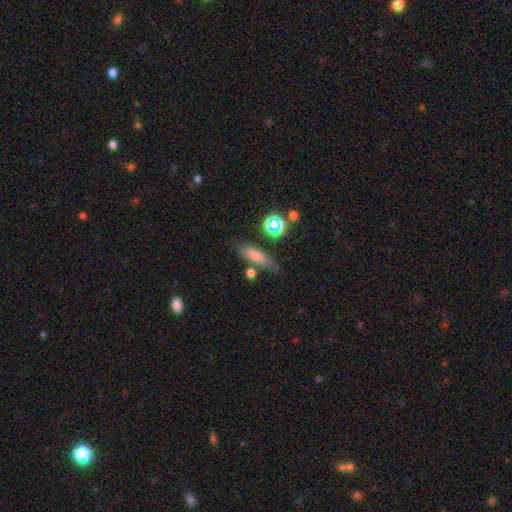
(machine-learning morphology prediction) A smooth galaxy with no disk features (75%) that is cigar-shaped (51%).

Vote fractions:
- Smooth or featured? smooth: 75% / star or artifact: 13% / featured or disk: 12%
- How rounded? cigar-shaped: 51% / in between: 44% / round: 6%
- Merging? none: 70% / minor disturbance: 17% / merger: 8% / major disturbance: 5%